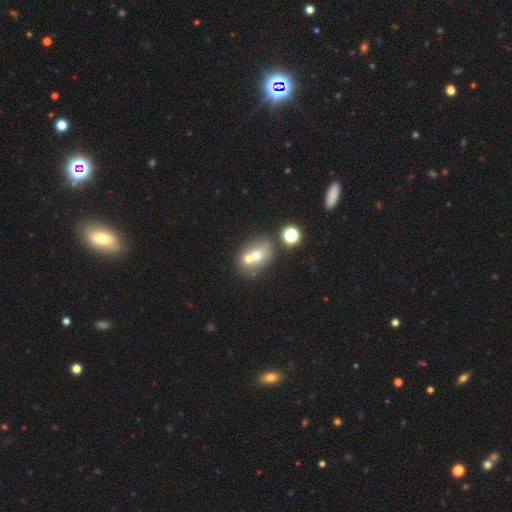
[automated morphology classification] smooth_or_featured: smooth (p=0.61) [alt: featured or disk p=0.24]
how_rounded: in between (p=0.53) [alt: round p=0.46]
merging: merger (p=0.49) [alt: none p=0.38]